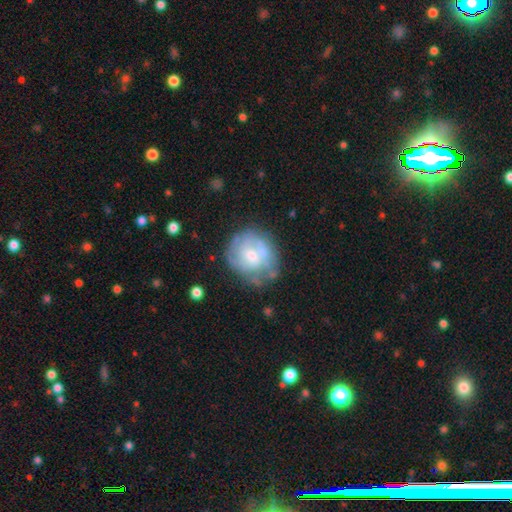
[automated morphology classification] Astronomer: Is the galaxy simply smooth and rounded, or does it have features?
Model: featured or disk — 51% (runner-up: smooth, 41%).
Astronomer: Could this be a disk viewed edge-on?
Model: no — 97%.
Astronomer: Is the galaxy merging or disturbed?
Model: none — 58%.